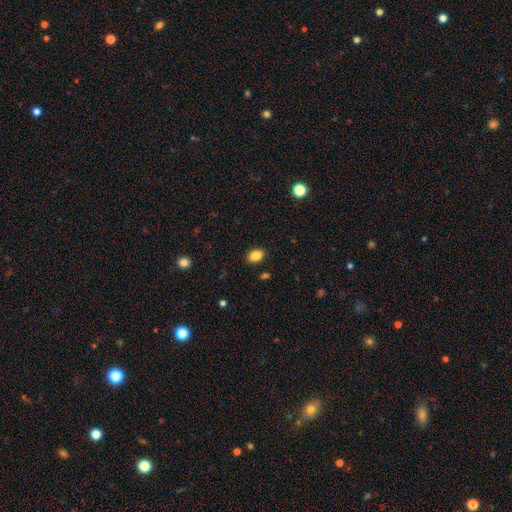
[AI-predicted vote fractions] A smooth galaxy with no disk features (87%) that is in between round and cigar-shaped (86%).

Vote fractions:
- Smooth or featured? smooth: 87% / star or artifact: 9% / featured or disk: 4%
- How rounded? in between: 86% / round: 12% / cigar-shaped: 1%
- Merging? none: 88% / minor disturbance: 9% / major disturbance: 2% / merger: 1%